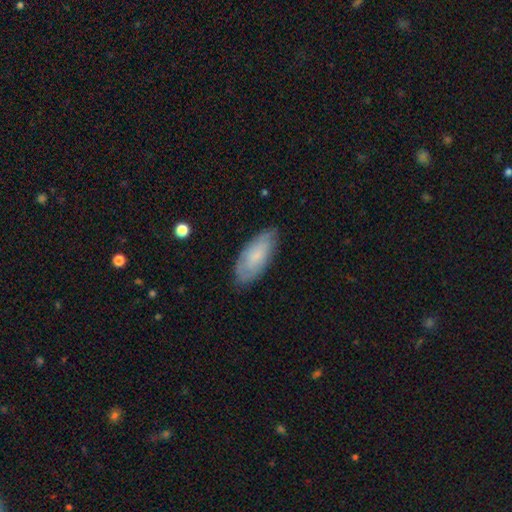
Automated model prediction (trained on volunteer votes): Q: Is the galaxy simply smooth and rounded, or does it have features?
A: smooth — 65%.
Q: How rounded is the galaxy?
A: in between — 86%.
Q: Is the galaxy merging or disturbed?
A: none — 77%.